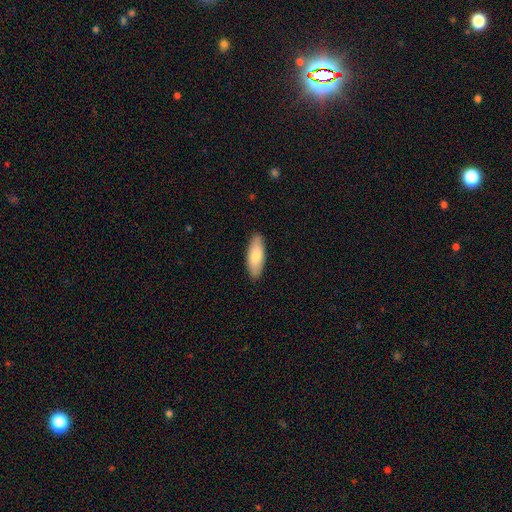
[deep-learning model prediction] This appears to be a smooth galaxy with no disk features (79%) that is in between round and cigar-shaped (73%). Merging: none (88%).